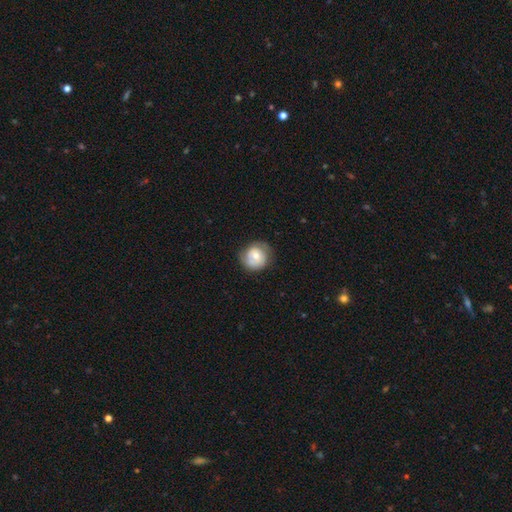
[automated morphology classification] A smooth galaxy with no disk features (50%). Merging: none (68%).